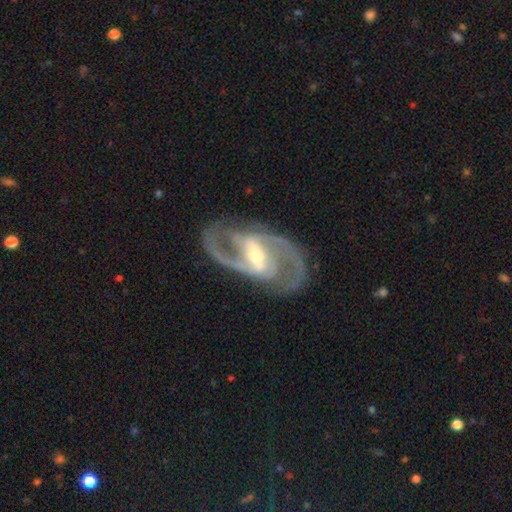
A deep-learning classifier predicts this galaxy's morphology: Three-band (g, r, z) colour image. It shows a featured or disk galaxy (93%) with a strong bar (57%), 2 (90%) medium (62%) spiral arms (98%) and a small central bulge (49%). Merging: none (83%).